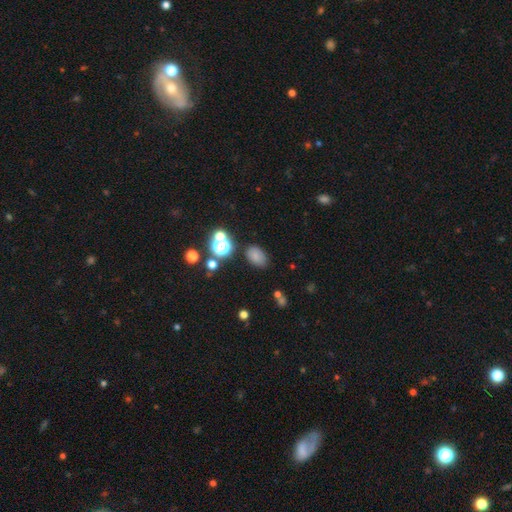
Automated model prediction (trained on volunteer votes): Smooth or featured? smooth (72%)
How rounded? in between (79%)
Merging? none (77%)